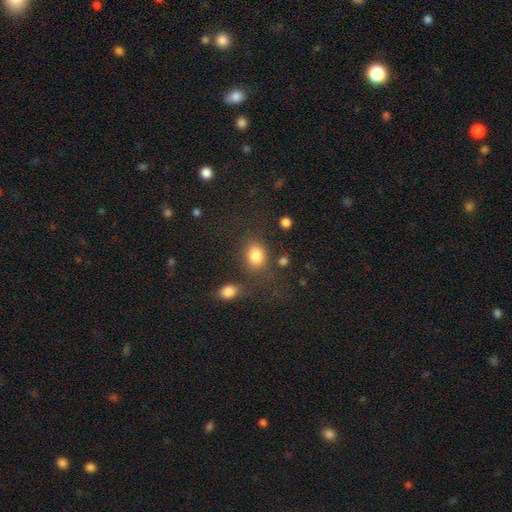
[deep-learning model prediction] The model was most divided on "how rounded": in between: 50%, round: 49%, cigar-shaped: 1%. More confident: smooth or featured — smooth (82%); merging — none (67%).